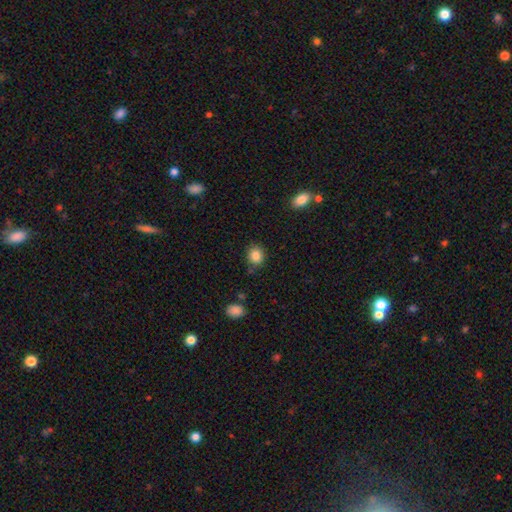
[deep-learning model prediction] Overall: smooth (85%). How rounded: round (73%). Merging: none (82%).